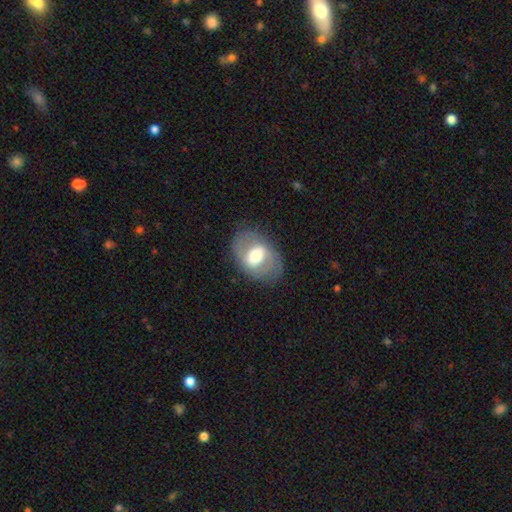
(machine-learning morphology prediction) featured or disk 50%, smooth 43%, star or artifact 7%. Down the decision tree: merging — none (78%).